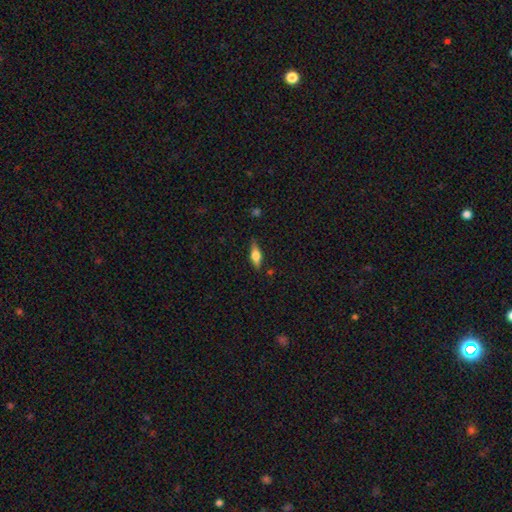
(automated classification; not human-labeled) Smooth or featured?
  - smooth: 51% *
  - featured or disk: 42%
  - star or artifact: 7%
How rounded?
  - in between: 55% *
  - cigar-shaped: 42%
  - round: 4%
Merging?
  - none: 83% *
  - minor disturbance: 13%
  - major disturbance: 3%
  - merger: 2%